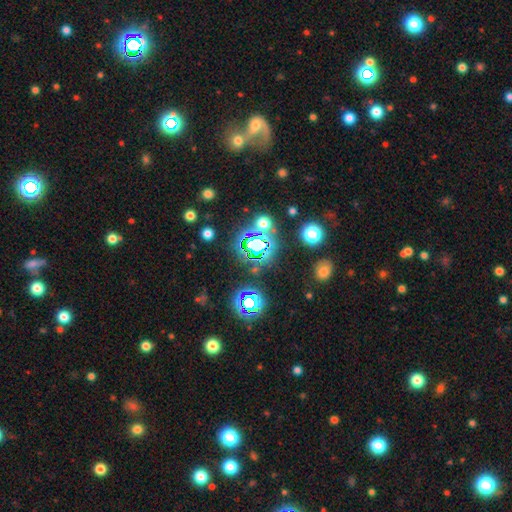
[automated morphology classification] The model was most divided on "smooth or featured": star or artifact: 71%, smooth: 18%, featured or disk: 10%.